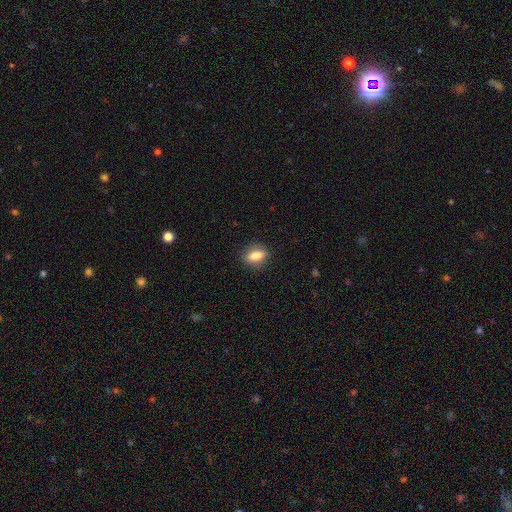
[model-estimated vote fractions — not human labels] The model was most divided on "how rounded": in between: 76%, round: 16%, cigar-shaped: 8%. More confident: merging — none (85%); smooth or featured — smooth (83%).